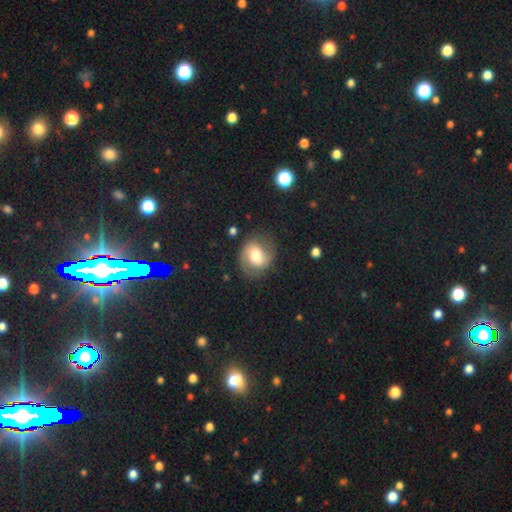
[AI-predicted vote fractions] The model was most divided on "bar": weak: 42%, no: 39%, strong: 19%. More confident: edge-on disk — no (97%); spiral arms — yes (84%); merging — none (74%); bulge size — moderate (65%); smooth or featured — featured or disk (59%).